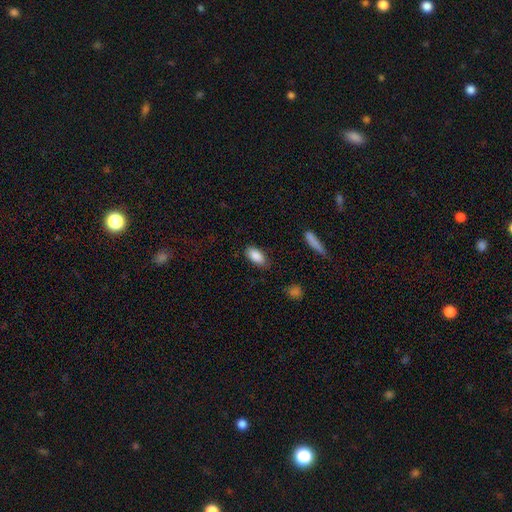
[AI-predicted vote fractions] Smooth or featured?
  - smooth: 88% *
  - star or artifact: 7%
  - featured or disk: 6%
How rounded?
  - in between: 90% *
  - cigar-shaped: 6%
  - round: 3%
Merging?
  - none: 82% *
  - minor disturbance: 13%
  - major disturbance: 3%
  - merger: 2%